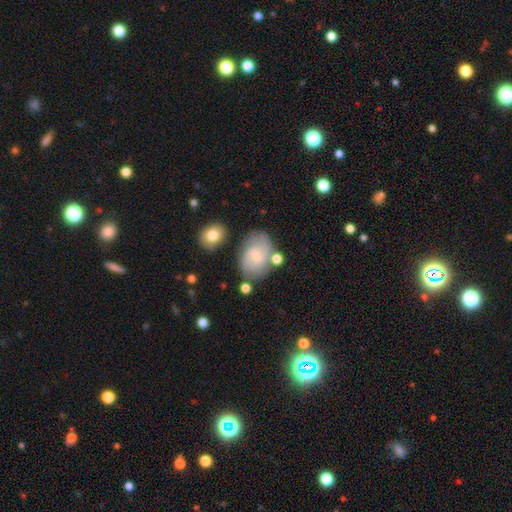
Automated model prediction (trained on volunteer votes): smooth_or_featured: featured or disk (p=0.55) [alt: smooth p=0.38]
disk_edge_on: no (p=0.96) [alt: yes p=0.04]
bar: weak (p=0.59) [alt: no p=0.26]
has_spiral_arms: yes (p=0.80) [alt: no p=0.20]
bulge_size: small (p=0.63) [alt: moderate p=0.25]
merging: none (p=0.67) [alt: minor disturbance p=0.19]